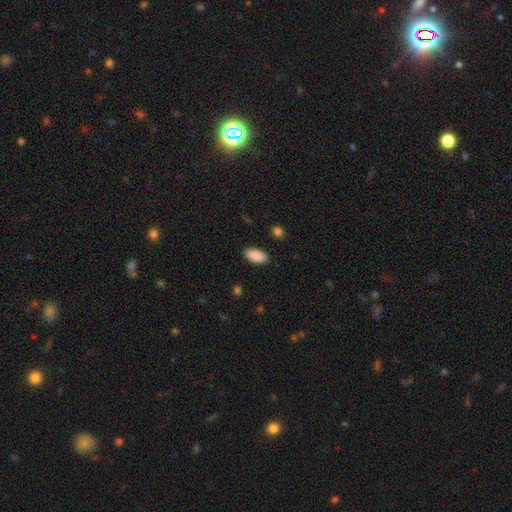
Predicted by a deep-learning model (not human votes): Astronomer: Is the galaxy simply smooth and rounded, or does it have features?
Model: smooth — 89%.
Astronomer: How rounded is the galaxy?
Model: in between — 93%.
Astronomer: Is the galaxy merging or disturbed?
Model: none — 89%.